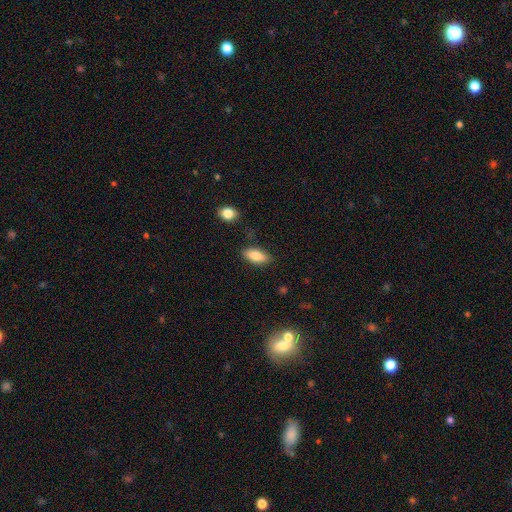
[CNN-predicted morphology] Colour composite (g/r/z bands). It shows a smooth galaxy with no disk features (82%) that is in between round and cigar-shaped (86%). Merging: none (82%).